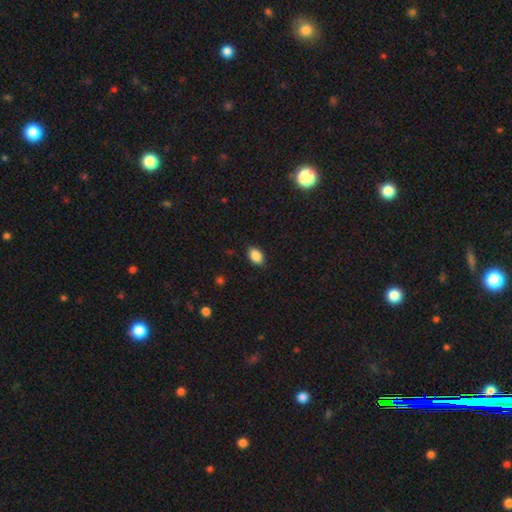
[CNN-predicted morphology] Smooth or featured? smooth (87%)
How rounded? in between (88%)
Merging? none (87%)